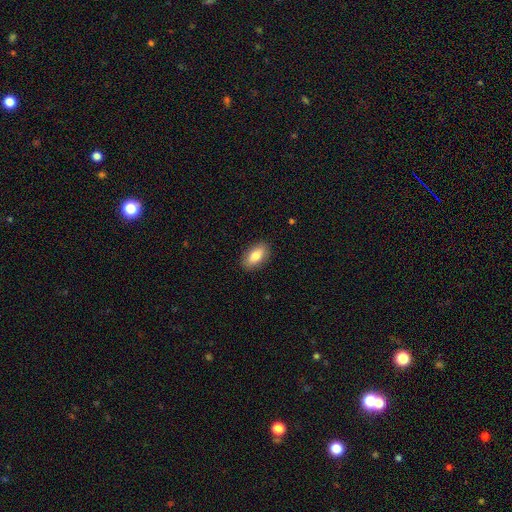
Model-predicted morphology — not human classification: A smooth galaxy with no disk features (80%) that is in between round and cigar-shaped (90%).

Vote fractions:
- Smooth or featured? smooth: 80% / featured or disk: 13% / star or artifact: 7%
- How rounded? in between: 90% / cigar-shaped: 5% / round: 4%
- Merging? none: 88% / minor disturbance: 9% / major disturbance: 2% / merger: 1%